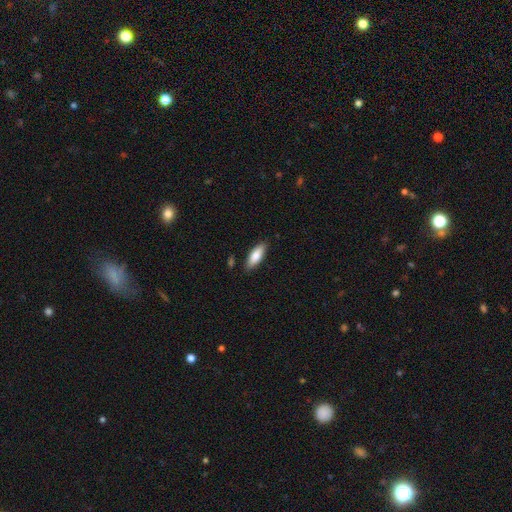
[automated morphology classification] smooth 82%, featured or disk 13%, star or artifact 6%. Down the decision tree: how rounded — in between (67%); merging — none (85%).